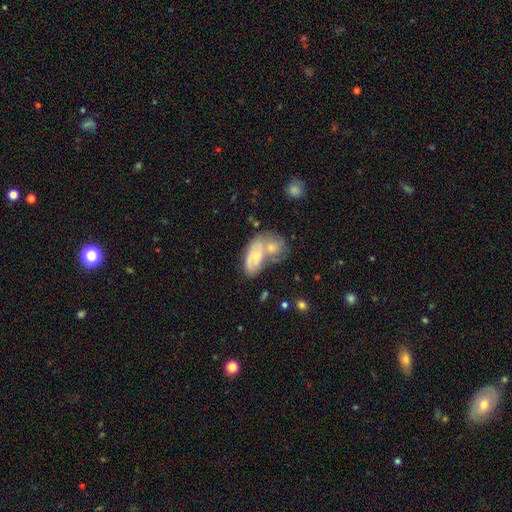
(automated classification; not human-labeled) This is possibly a smooth galaxy (52%). How rounded: clearly in between (87%). Merging: likely merger (65%).